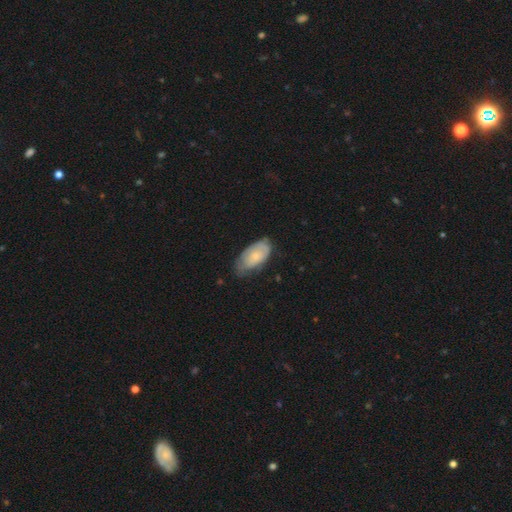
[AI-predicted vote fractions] Smooth or featured?
  - smooth: 63% *
  - featured or disk: 31%
  - star or artifact: 6%
How rounded?
  - in between: 93% *
  - cigar-shaped: 4%
  - round: 3%
Merging?
  - none: 51% *
  - minor disturbance: 38%
  - major disturbance: 10%
  - merger: 2%